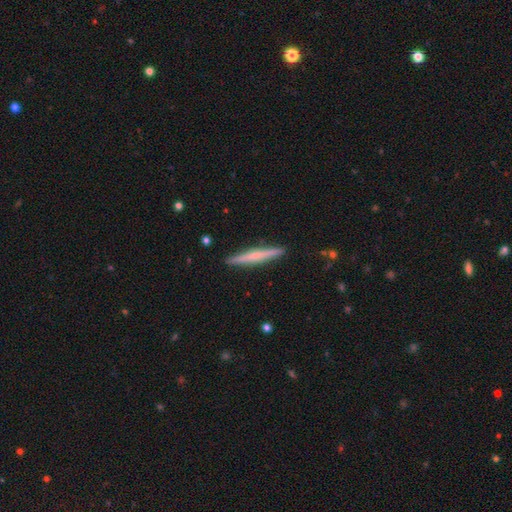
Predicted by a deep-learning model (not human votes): A featured or disk galaxy (48%). Merging: none (91%).